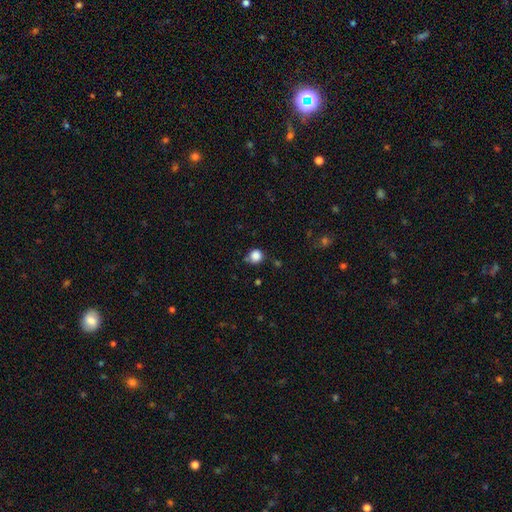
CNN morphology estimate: A smooth galaxy with no disk features (85%) that is round (91%).

Vote fractions:
- Smooth or featured? smooth: 85% / star or artifact: 11% / featured or disk: 4%
- How rounded? round: 91% / in between: 8% / cigar-shaped: 1%
- Merging? none: 73% / minor disturbance: 17% / merger: 5% / major disturbance: 5%